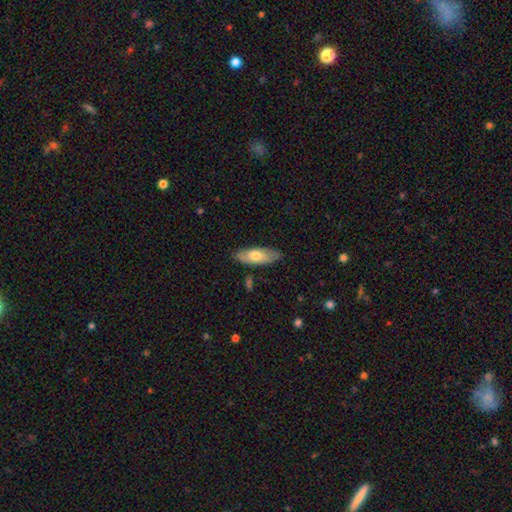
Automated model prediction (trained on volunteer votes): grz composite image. It shows a smooth galaxy with no disk features (63%) that is in between round and cigar-shaped (73%). Merging: none (81%).